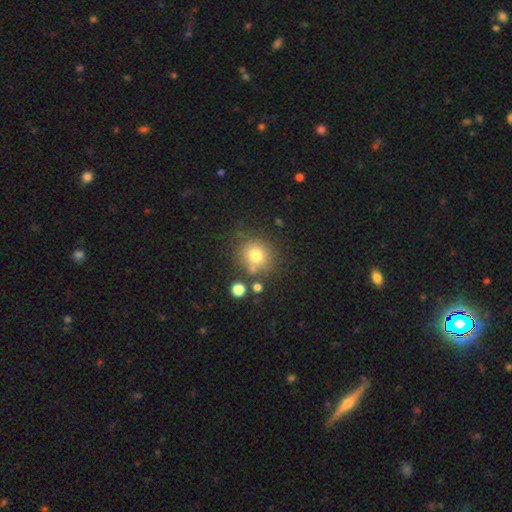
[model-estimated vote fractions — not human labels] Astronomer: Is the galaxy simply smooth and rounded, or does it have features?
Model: smooth — 75%.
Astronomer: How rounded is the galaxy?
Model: round — 89%.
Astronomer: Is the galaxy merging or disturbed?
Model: none — 73%.